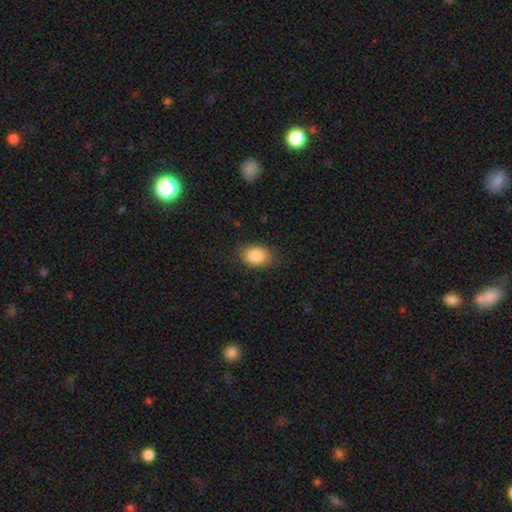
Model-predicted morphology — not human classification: smooth 88%, star or artifact 7%, featured or disk 4%. Down the decision tree: how rounded — in between (80%); merging — none (84%).